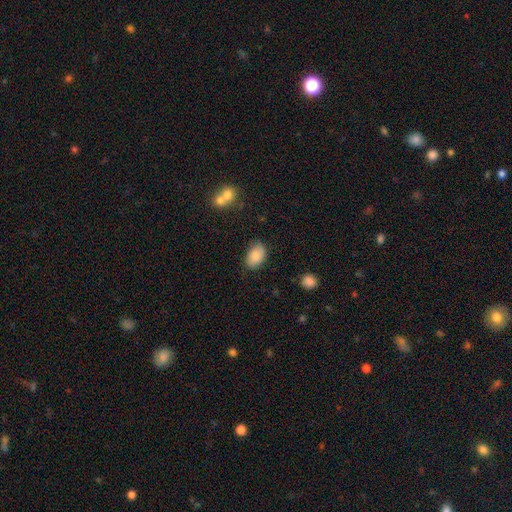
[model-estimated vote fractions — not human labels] A smooth galaxy with no disk features (85%) that is in between round and cigar-shaped (88%). Merging: none (79%).